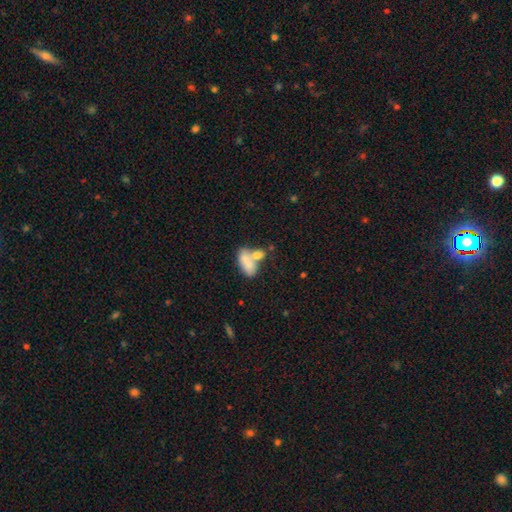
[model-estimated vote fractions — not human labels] Smooth or featured: smooth — 44% (star or artifact — 32%)
Merging: none — 42% (merger — 33%)